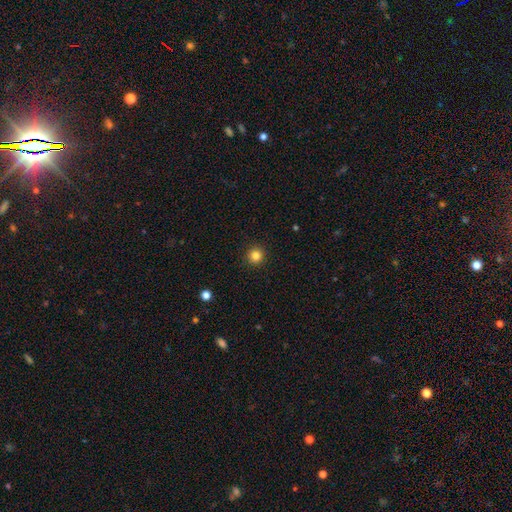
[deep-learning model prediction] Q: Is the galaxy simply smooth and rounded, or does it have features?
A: smooth — 84%.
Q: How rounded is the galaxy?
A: round — 95%.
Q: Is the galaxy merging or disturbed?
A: none — 93%.